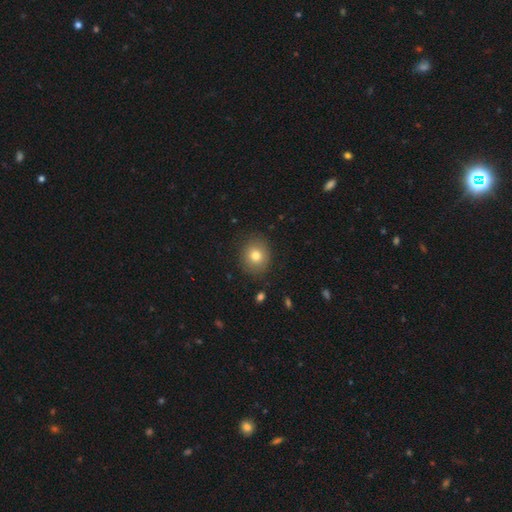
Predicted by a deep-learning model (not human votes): Smooth or featured? smooth (77%)
How rounded? round (76%)
Merging? none (85%)